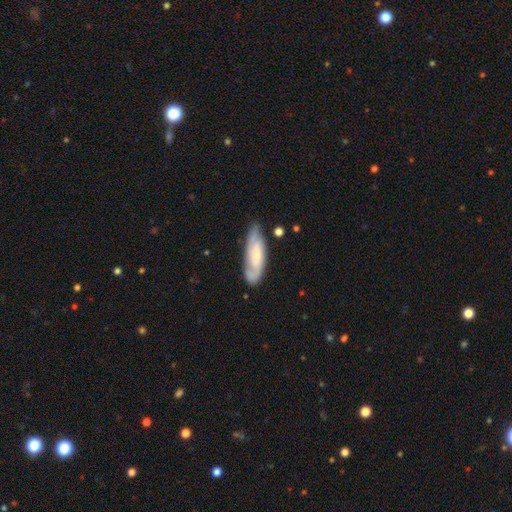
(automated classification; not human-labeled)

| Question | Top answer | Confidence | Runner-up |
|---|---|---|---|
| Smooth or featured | featured or disk | 59% | smooth (35%) |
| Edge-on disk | no | 81% | yes (19%) |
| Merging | none | 69% | minor disturbance (22%) |